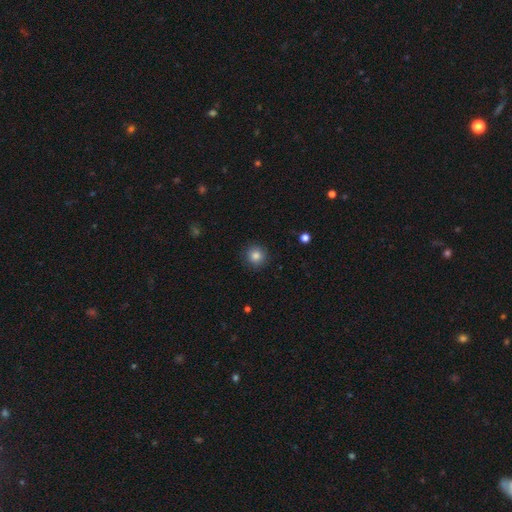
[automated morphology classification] type=smooth (84%); roundness=round (94%); merging=none (90%).